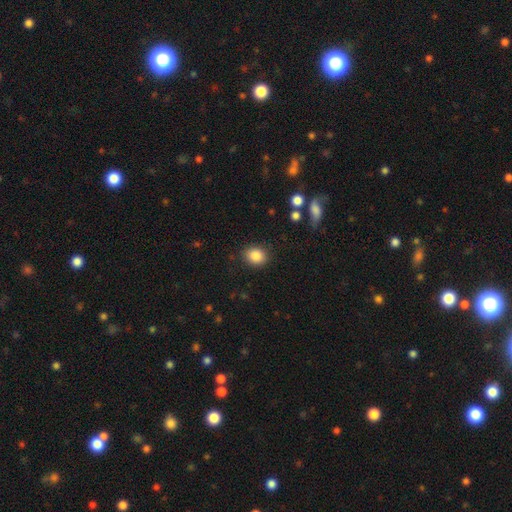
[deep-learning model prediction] Overall: smooth (86%). How rounded: round (60%; in between 39%). Merging: none (87%).